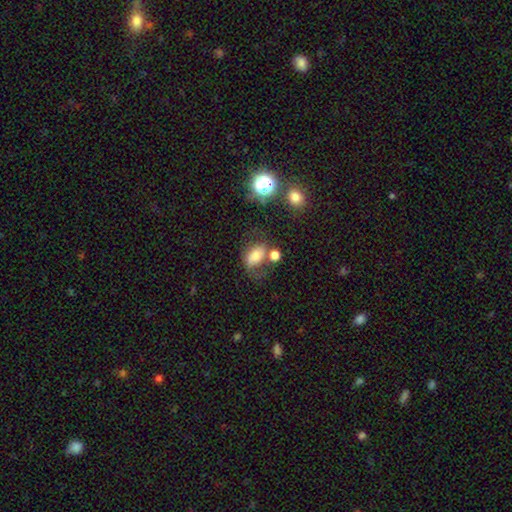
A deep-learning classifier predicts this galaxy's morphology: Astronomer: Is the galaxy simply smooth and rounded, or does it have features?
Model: smooth — 63%.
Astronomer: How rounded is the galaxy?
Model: in between — 79%.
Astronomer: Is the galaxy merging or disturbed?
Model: none — 38% (runner-up: minor disturbance, 23%).